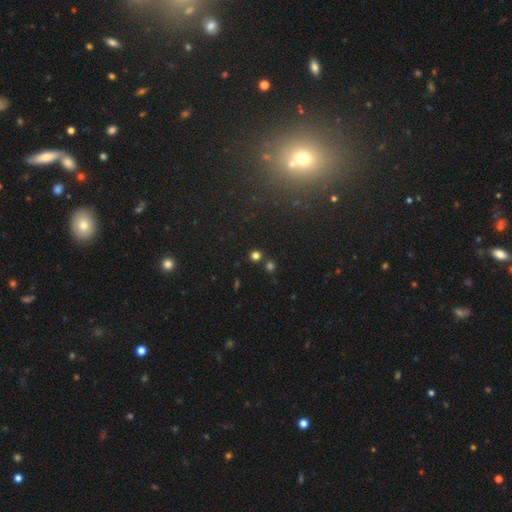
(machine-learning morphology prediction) type=smooth (69%); roundness=round (89%); merging=none (80%).